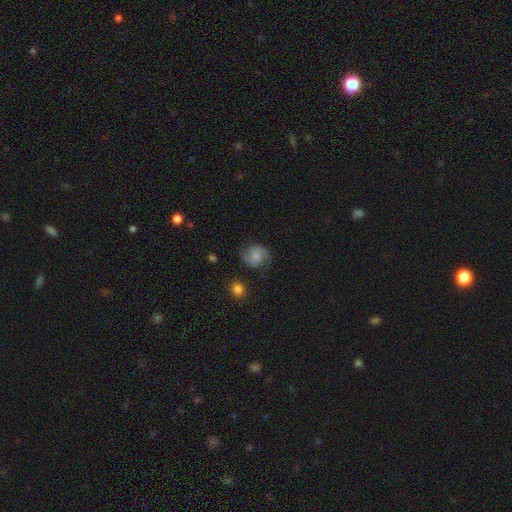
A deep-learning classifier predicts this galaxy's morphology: This is possibly a featured or disk galaxy (58%). It is clearly not viewed edge-on (98%). Bar: possibly no (57%). Spiral arm pattern: clearly yes (92%). Spiral arm count: clearly 2 (89%). Spiral winding: possibly medium (50%). Central bulge: marginally small (43%). Merging: likely none (75%).